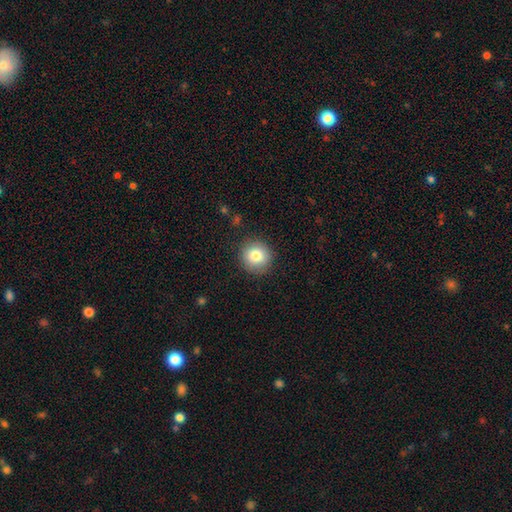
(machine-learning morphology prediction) Smooth or featured: smooth — 82% (star or artifact — 9%)
How rounded: round — 92% (in between — 7%)
Merging: none — 89% (minor disturbance — 7%)